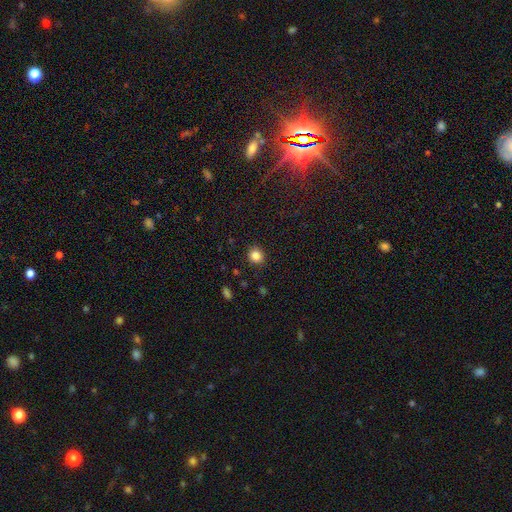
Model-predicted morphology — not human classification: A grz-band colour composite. It shows a smooth galaxy with no disk features (84%) that is round (84%). Merging: none (89%).